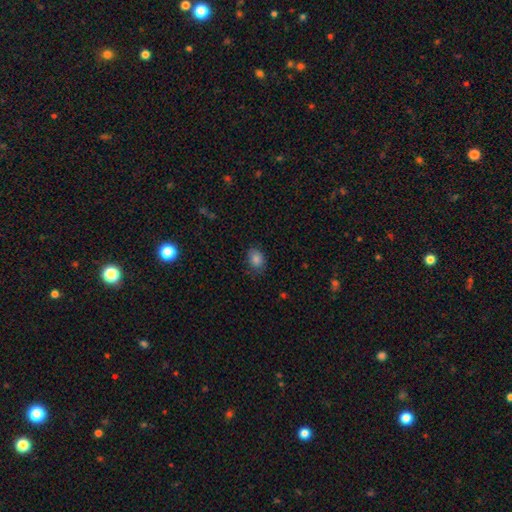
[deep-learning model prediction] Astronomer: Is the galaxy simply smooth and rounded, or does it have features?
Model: smooth — 74%.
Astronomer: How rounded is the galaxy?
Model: in between — 59% (runner-up: round, 40%).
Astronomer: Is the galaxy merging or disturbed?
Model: none — 79%.